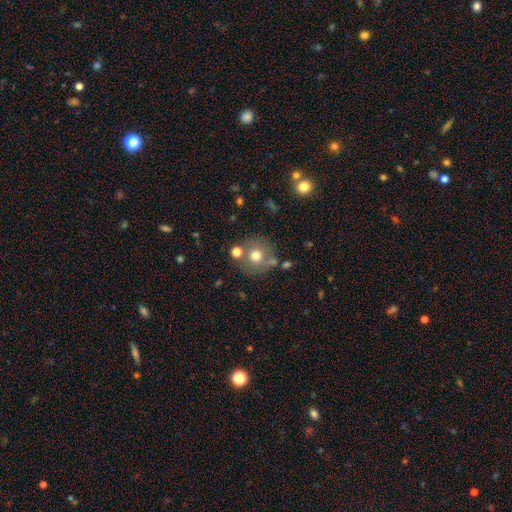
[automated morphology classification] Q: Smooth or featured?
A: smooth (66%); runner-up: featured or disk (21%)
Q: How rounded?
A: round (92%); runner-up: in between (7%)
Q: Merging?
A: none (70%); runner-up: merger (13%)